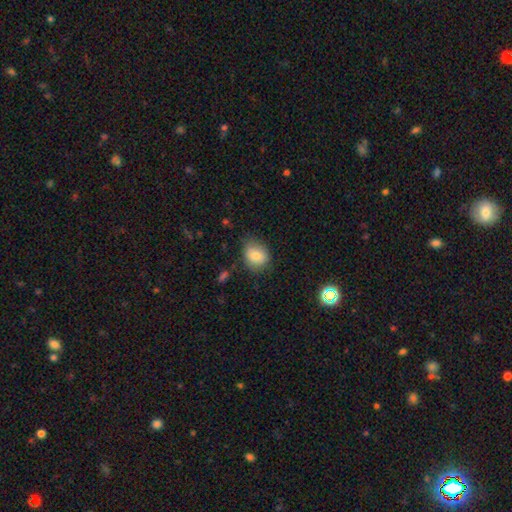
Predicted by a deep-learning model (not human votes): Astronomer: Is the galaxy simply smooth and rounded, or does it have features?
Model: smooth — 78%.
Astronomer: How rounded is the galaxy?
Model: round — 61% (runner-up: in between, 39%).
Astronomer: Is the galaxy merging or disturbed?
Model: none — 69%.